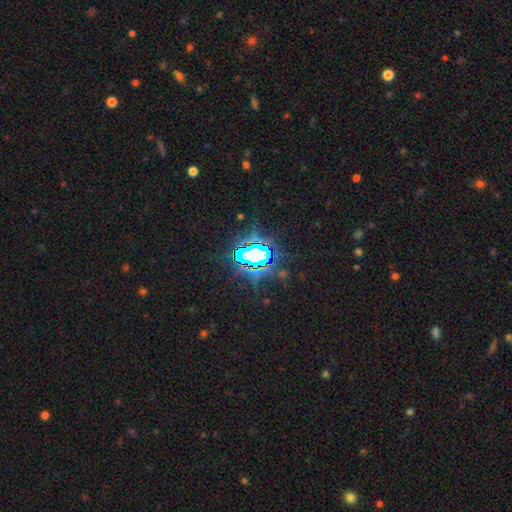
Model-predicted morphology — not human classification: A star or artifact, not a galaxy (77%).